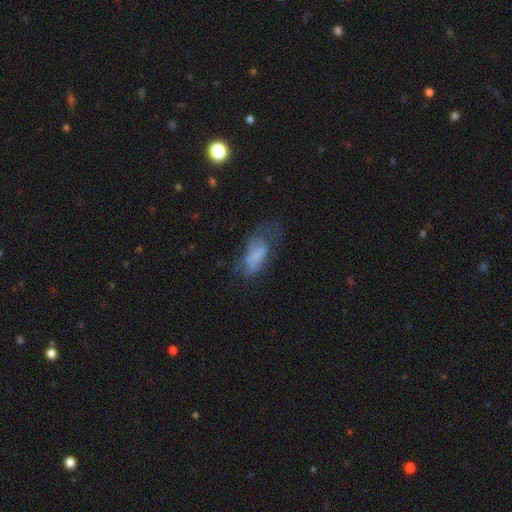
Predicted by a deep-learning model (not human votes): Q: Smooth or featured?
A: smooth (50%); runner-up: featured or disk (37%)
Q: Merging?
A: major disturbance (39%); runner-up: none (31%)